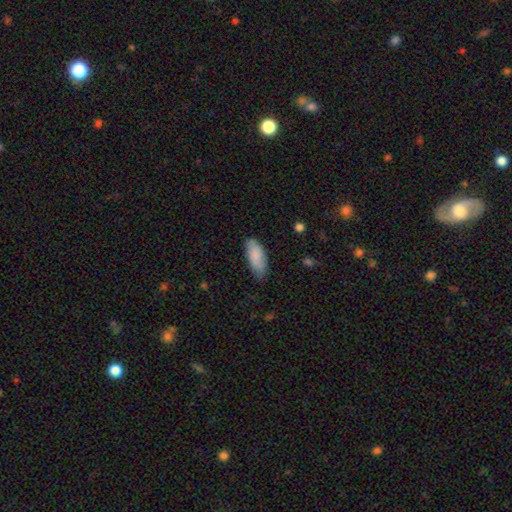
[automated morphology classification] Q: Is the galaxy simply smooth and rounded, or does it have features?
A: smooth — 85%.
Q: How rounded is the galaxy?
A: in between — 83%.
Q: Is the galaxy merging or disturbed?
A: none — 71%.